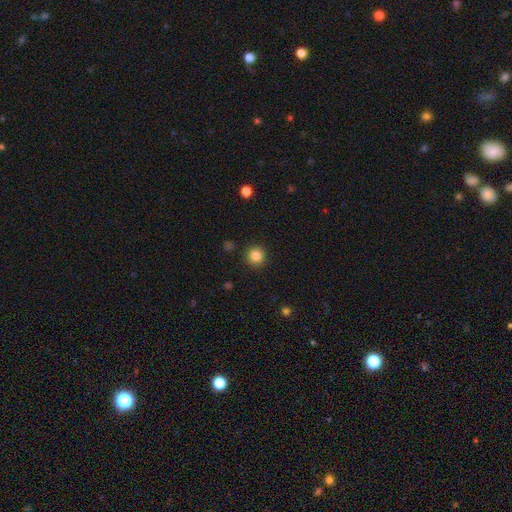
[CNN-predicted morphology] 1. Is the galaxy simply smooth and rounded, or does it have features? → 84% smooth, 11% star or artifact, 5% featured or disk.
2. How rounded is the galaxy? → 94% round, 5% in between, 1% cigar-shaped.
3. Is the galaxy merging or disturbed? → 91% none, 6% minor disturbance, 2% major disturbance, 1% merger.